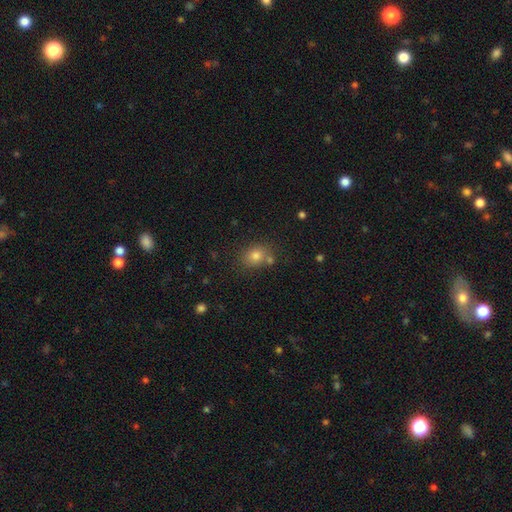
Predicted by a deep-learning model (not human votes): This is likely a smooth galaxy (76%). How rounded: possibly round (58%). Merging: likely none (70%).